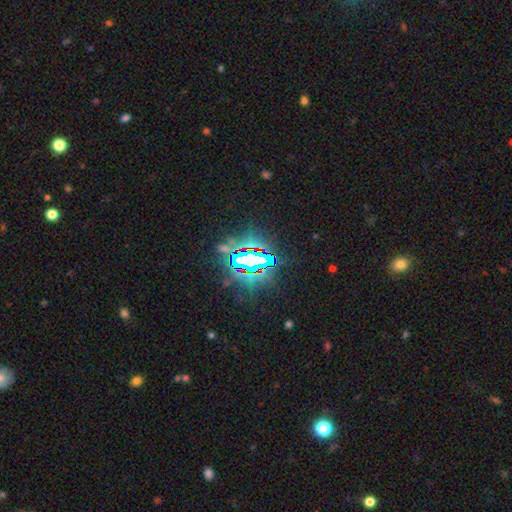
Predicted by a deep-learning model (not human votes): star or artifact 80%, featured or disk 10%, smooth 9%.